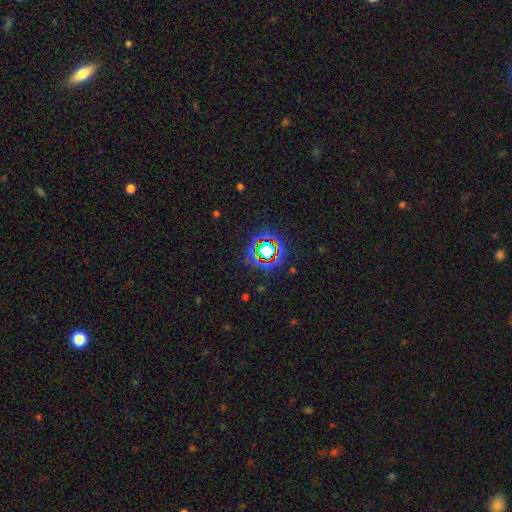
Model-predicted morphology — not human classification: Q: Smooth or featured?
A: star or artifact (73%); runner-up: smooth (16%)